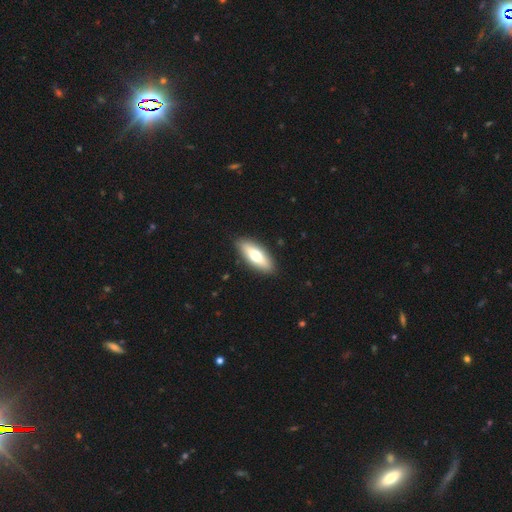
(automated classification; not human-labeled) smooth 64%, featured or disk 30%, star or artifact 6%. Down the decision tree: how rounded — in between (65%); merging — none (89%).